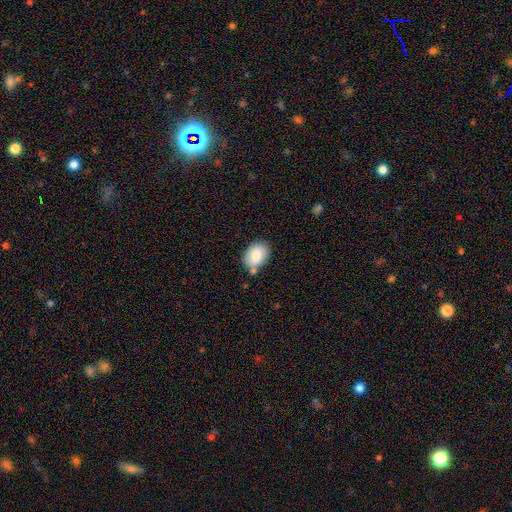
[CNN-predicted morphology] The model was most divided on "merging": none: 72%, minor disturbance: 17%, merger: 8%, major disturbance: 3%. More confident: smooth or featured — smooth (79%); how rounded — in between (78%).